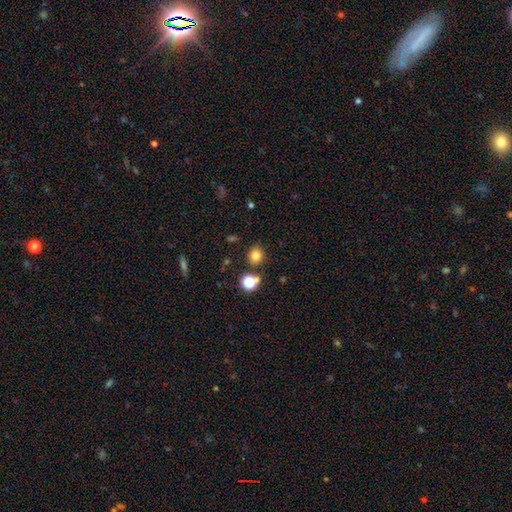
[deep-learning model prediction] Smooth or featured: smooth — 79% (star or artifact — 15%)
How rounded: round — 78% (in between — 21%)
Merging: none — 82% (minor disturbance — 9%)